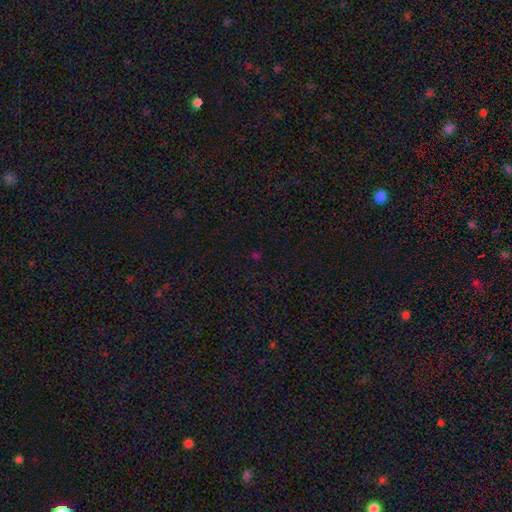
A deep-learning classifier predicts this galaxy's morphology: Smooth or featured?
  - star or artifact: 55% *
  - smooth: 38%
  - featured or disk: 6%